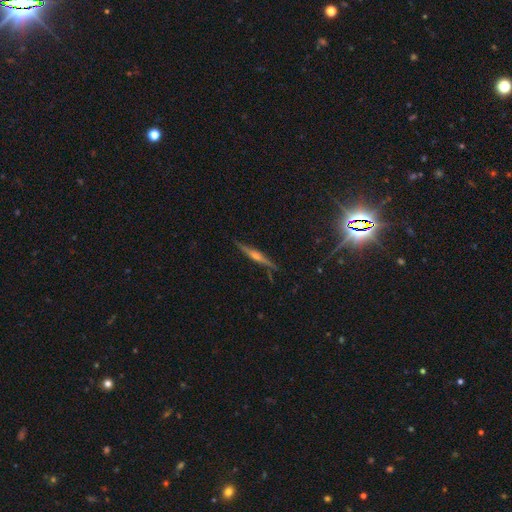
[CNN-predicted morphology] smooth-or-featured: featured or disk: 77% | smooth: 14% | star or artifact: 9%
  disk-edge-on: yes: 98% | no: 2%
    edge-on-bulge: rounded: 83% | boxy: 9% | none: 9%
  merging: none: 88% | minor disturbance: 9% | major disturbance: 2% | merger: 1%